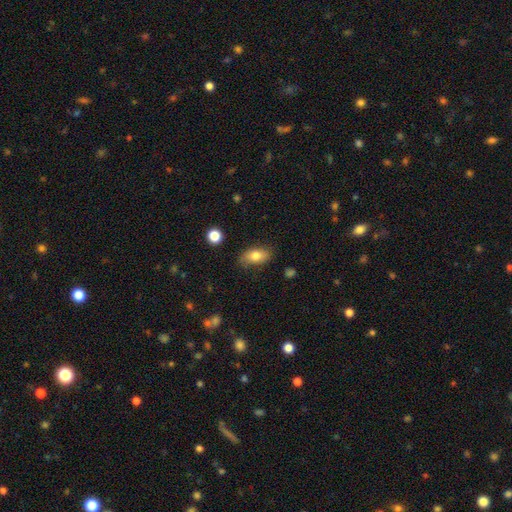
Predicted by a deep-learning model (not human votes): Smooth or featured? Predicted: smooth (p=0.78). How rounded? Predicted: in between (p=0.89). Merging? Predicted: none (p=0.74).